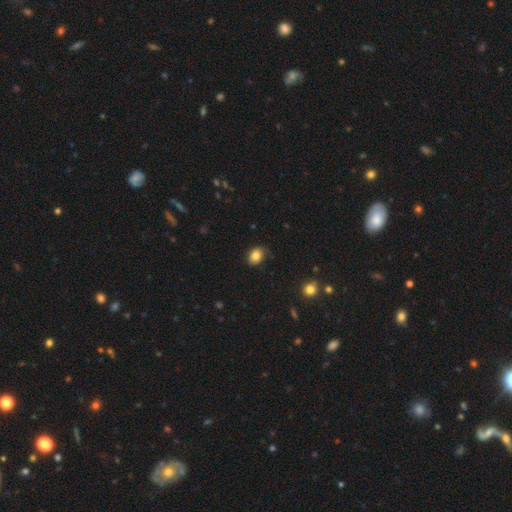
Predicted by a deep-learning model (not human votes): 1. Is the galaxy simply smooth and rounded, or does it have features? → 84% smooth, 10% star or artifact, 7% featured or disk.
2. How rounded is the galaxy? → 68% in between, 31% round, 1% cigar-shaped.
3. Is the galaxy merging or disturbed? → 83% none, 13% minor disturbance, 2% major disturbance, 1% merger.